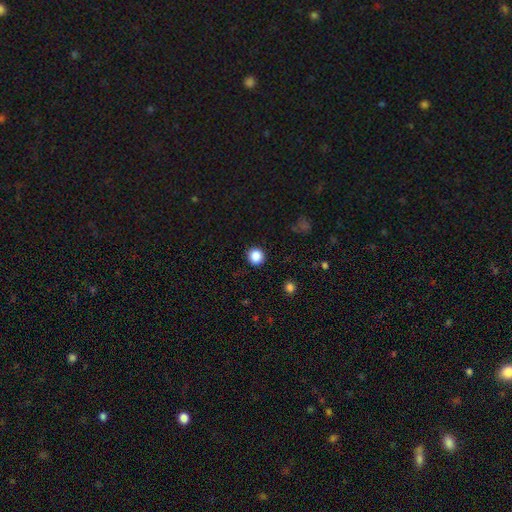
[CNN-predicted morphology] Smooth or featured: smooth — 86% (star or artifact — 10%)
How rounded: round — 93% (in between — 6%)
Merging: none — 91% (minor disturbance — 6%)